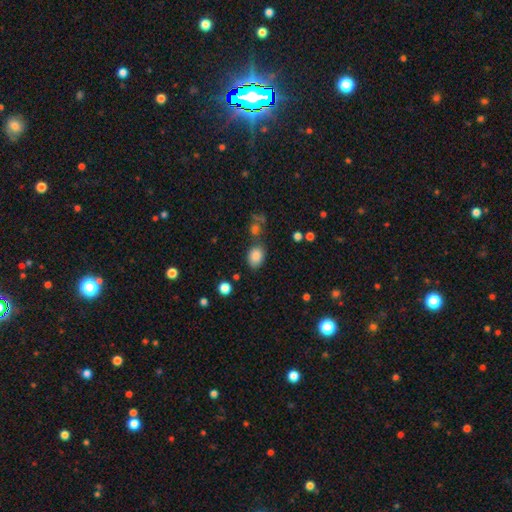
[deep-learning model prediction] Morphology: type=smooth (84%); roundness=in between (74%); merging=none (71%).